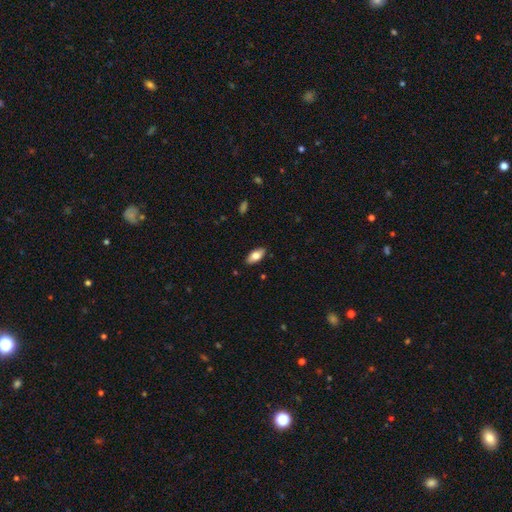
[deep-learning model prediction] smooth 75%, featured or disk 19%, star or artifact 6%. Down the decision tree: how rounded — in between (88%); merging — none (87%).